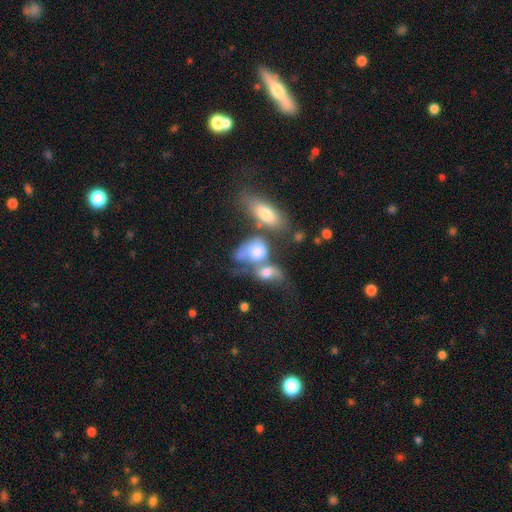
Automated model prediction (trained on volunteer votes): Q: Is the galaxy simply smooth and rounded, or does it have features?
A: featured or disk — 45%.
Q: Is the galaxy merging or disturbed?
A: merger — 47%.